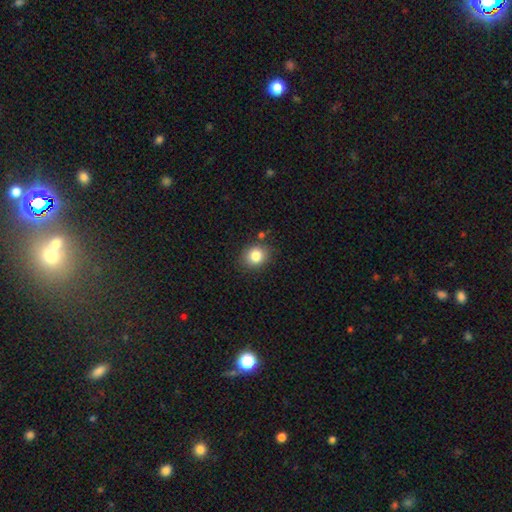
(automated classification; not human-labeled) smooth-or-featured: smooth: 83% | star or artifact: 10% | featured or disk: 7%
  how-rounded: round: 68% | in between: 31% | cigar-shaped: 1%
  merging: none: 83% | minor disturbance: 11% | merger: 3% | major disturbance: 3%